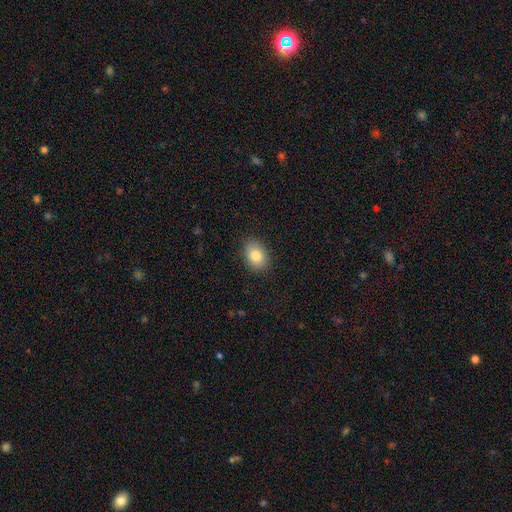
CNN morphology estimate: A smooth galaxy with no disk features (83%) that is in between round and cigar-shaped (78%).

Vote fractions:
- Smooth or featured? smooth: 83% / featured or disk: 9% / star or artifact: 8%
- How rounded? in between: 78% / round: 21% / cigar-shaped: 1%
- Merging? none: 88% / minor disturbance: 9% / major disturbance: 2% / merger: 1%